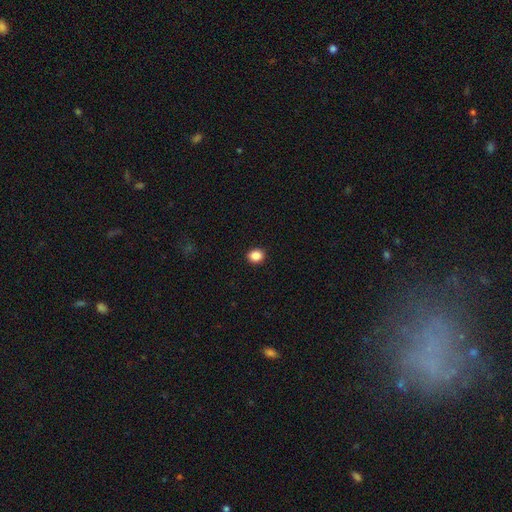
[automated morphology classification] smooth-or-featured: smooth: 88% | star or artifact: 10% | featured or disk: 3%
  how-rounded: round: 71% | in between: 28% | cigar-shaped: 1%
  merging: none: 92% | minor disturbance: 6% | major disturbance: 2% | merger: 1%